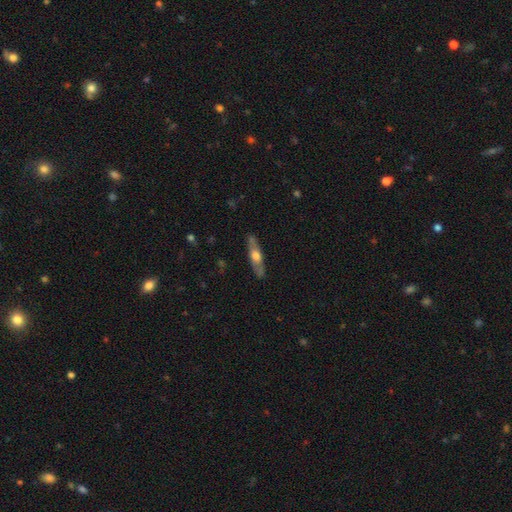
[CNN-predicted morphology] Smooth or featured?
  - featured or disk: 59% *
  - smooth: 35%
  - star or artifact: 6%
Edge-on disk?
  - yes: 75% *
  - no: 25%
Merging?
  - none: 86% *
  - minor disturbance: 11%
  - major disturbance: 2%
  - merger: 1%